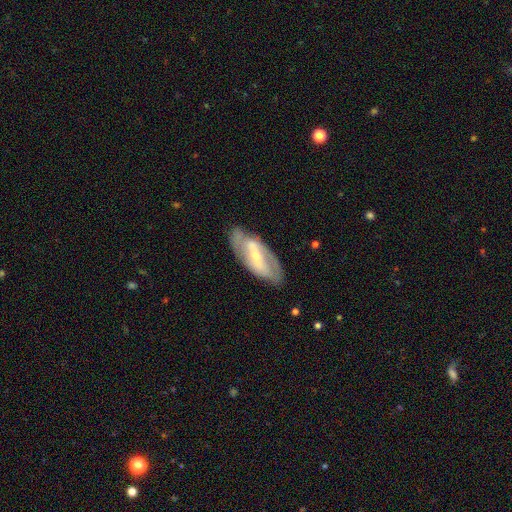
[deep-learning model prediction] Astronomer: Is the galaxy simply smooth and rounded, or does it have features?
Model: featured or disk — 75%.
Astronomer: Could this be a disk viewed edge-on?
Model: no — 89%.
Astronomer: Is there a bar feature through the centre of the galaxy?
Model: strong — 56%.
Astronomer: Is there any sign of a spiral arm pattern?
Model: yes — 74%.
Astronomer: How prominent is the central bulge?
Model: small — 59%.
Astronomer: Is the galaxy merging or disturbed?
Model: none — 74%.